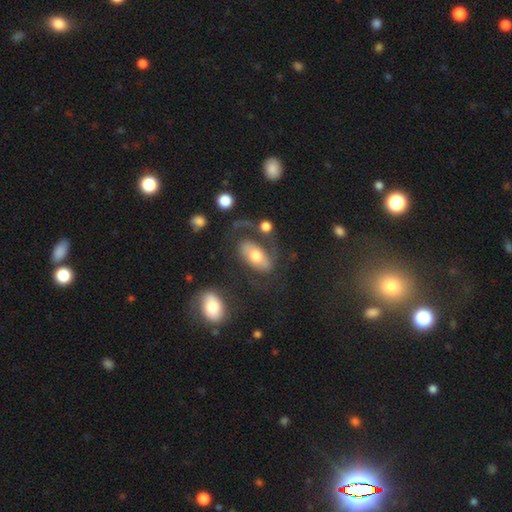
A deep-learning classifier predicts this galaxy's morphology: smooth_or_featured: featured or disk (p=0.47) [alt: smooth p=0.46]
merging: none (p=0.53) [alt: major disturbance p=0.20]